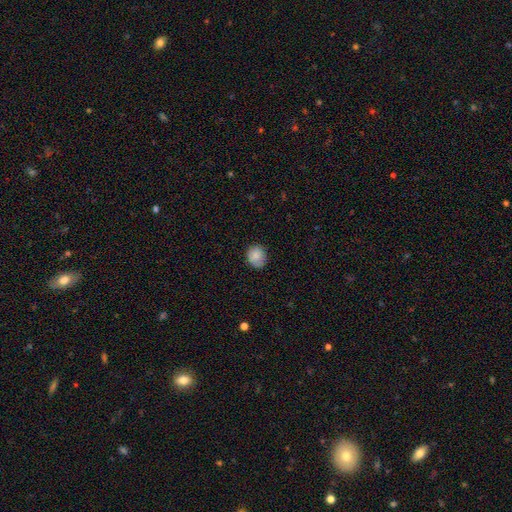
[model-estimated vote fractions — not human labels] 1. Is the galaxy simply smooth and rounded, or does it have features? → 86% smooth, 8% star or artifact, 7% featured or disk.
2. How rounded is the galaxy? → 76% round, 23% in between, 1% cigar-shaped.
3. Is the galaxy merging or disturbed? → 80% none, 16% minor disturbance, 3% major disturbance, 1% merger.